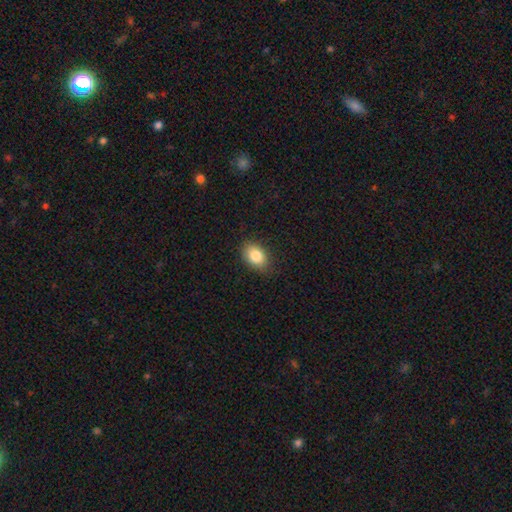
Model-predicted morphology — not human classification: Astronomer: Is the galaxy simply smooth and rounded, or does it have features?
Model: smooth — 84%.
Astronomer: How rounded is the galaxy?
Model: in between — 82%.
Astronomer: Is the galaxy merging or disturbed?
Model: none — 83%.